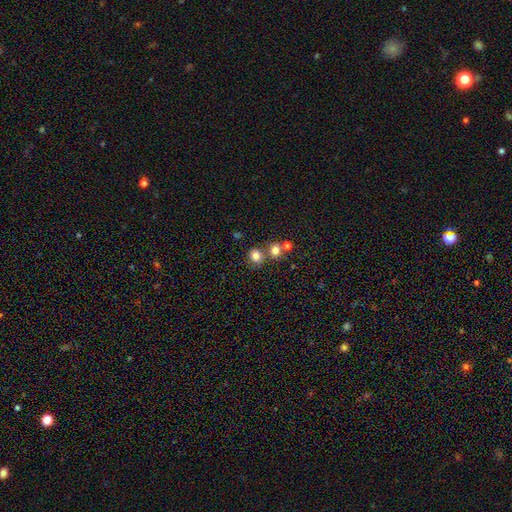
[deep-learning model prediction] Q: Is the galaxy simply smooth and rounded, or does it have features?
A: smooth — 79%.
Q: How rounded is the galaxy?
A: round — 81%.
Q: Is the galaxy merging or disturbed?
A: none — 64%.